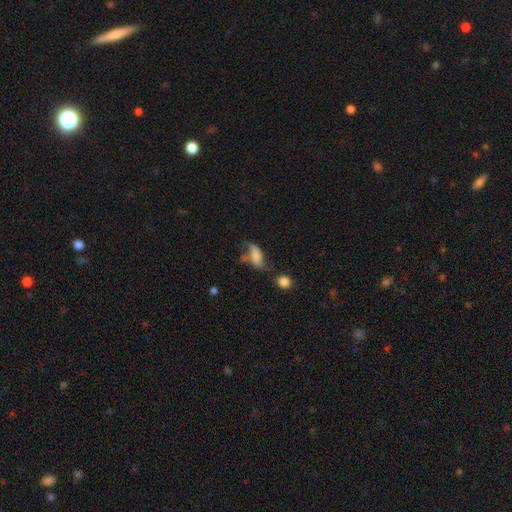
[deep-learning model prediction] Overall: smooth (63%; featured or disk 26%). How rounded: in between (82%). Merging: none (32%; major disturbance 28%).